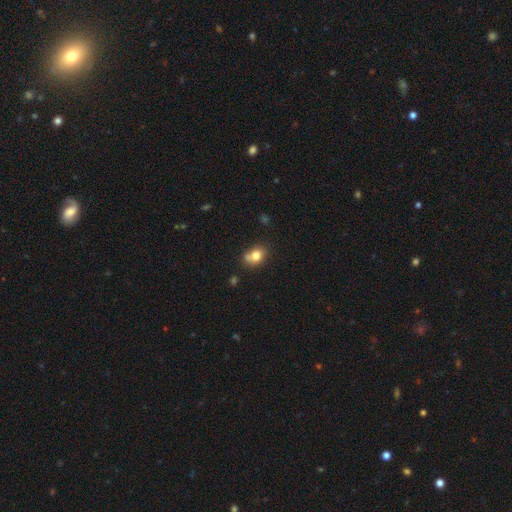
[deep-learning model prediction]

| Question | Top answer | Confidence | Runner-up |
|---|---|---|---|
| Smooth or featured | smooth | 77% | featured or disk (12%) |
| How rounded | round | 50% | in between (49%) |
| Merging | none | 52% | merger (25%) |